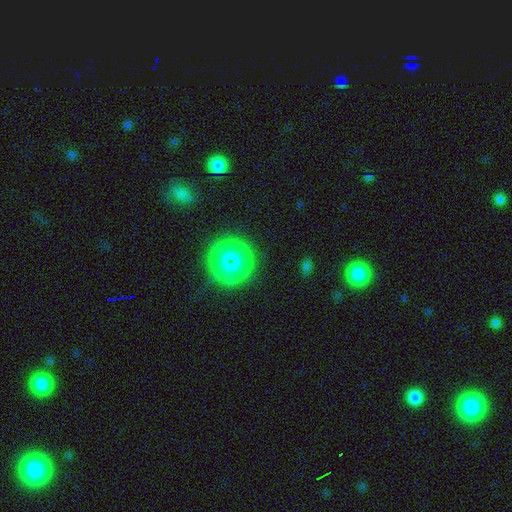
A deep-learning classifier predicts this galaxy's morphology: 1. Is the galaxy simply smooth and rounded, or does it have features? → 73% star or artifact, 20% smooth, 7% featured or disk.